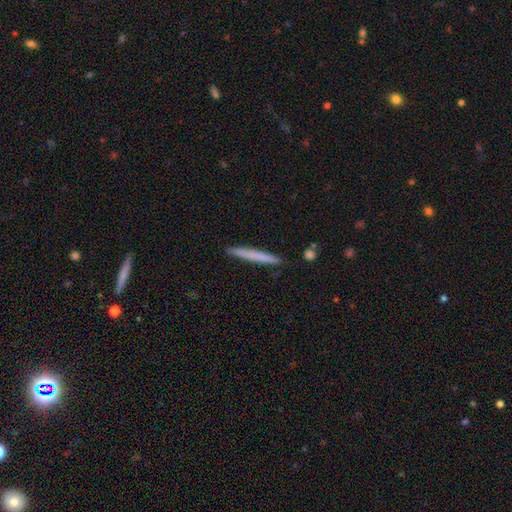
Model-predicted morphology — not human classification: Q: Smooth or featured?
A: smooth (68%); runner-up: featured or disk (26%)
Q: How rounded?
A: cigar-shaped (97%); runner-up: in between (2%)
Q: Merging?
A: none (91%); runner-up: minor disturbance (7%)